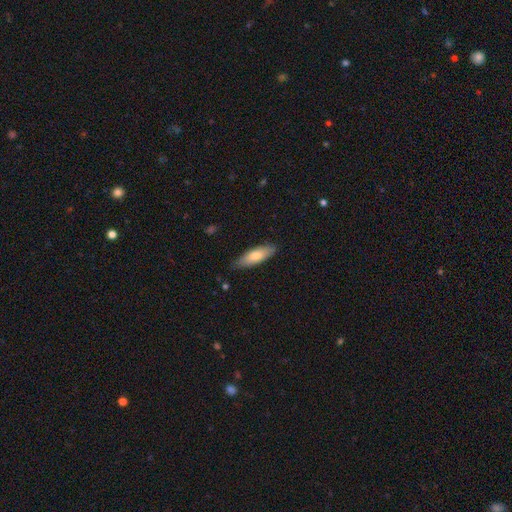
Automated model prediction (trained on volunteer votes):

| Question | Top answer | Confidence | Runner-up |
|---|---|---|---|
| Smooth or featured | smooth | 75% | featured or disk (20%) |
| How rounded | in between | 58% | cigar-shaped (40%) |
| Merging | none | 82% | minor disturbance (14%) |